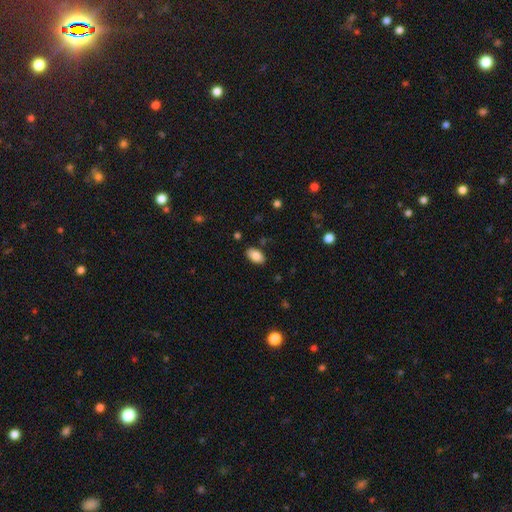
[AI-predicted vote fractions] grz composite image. It shows a smooth galaxy with no disk features (84%) that is in between round and cigar-shaped (93%). Merging: none (86%).